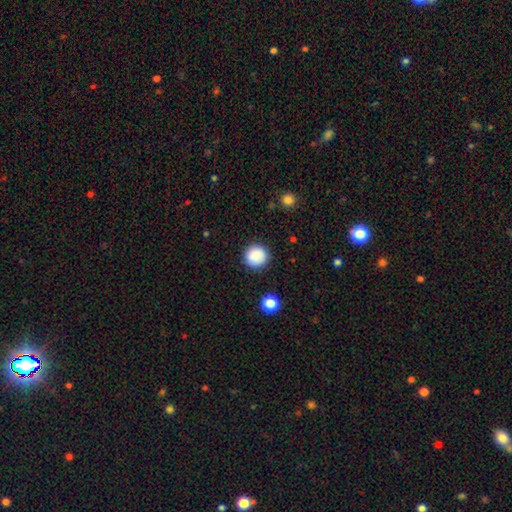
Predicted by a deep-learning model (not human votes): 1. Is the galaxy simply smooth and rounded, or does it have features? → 87% smooth, 9% star or artifact, 4% featured or disk.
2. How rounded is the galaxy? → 94% round, 5% in between, 1% cigar-shaped.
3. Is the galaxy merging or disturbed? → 90% none, 7% minor disturbance, 2% major disturbance, 1% merger.